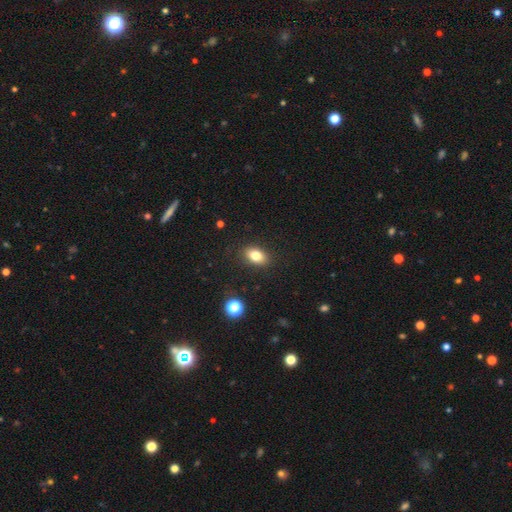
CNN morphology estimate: Q: Smooth or featured?
A: smooth (80%); runner-up: star or artifact (10%)
Q: How rounded?
A: in between (83%); runner-up: round (15%)
Q: Merging?
A: none (87%); runner-up: minor disturbance (9%)